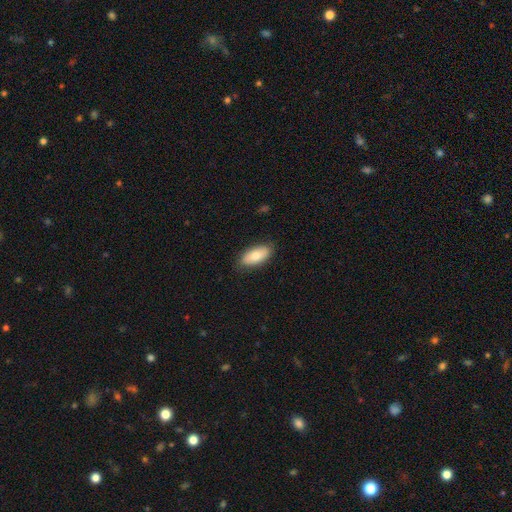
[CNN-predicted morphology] The model was most divided on "smooth or featured": smooth: 78%, featured or disk: 16%, star or artifact: 6%. More confident: how rounded — in between (88%); merging — none (85%).